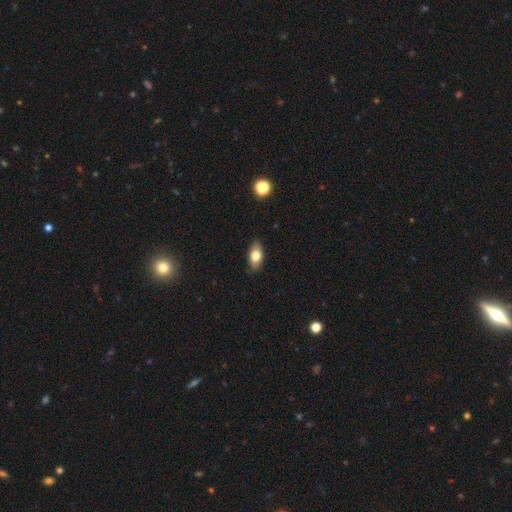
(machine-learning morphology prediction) Smooth or featured: smooth — 79% (featured or disk — 14%)
How rounded: in between — 89% (round — 6%)
Merging: none — 85% (minor disturbance — 11%)